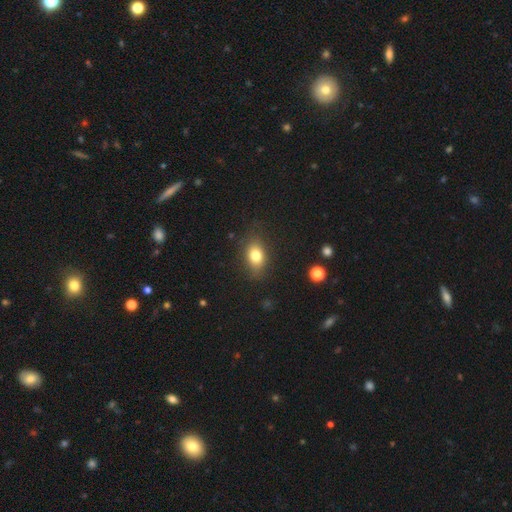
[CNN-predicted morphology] A smooth galaxy with no disk features (78%) that is in between round and cigar-shaped (78%).

Vote fractions:
- Smooth or featured? smooth: 78% / featured or disk: 12% / star or artifact: 10%
- How rounded? in between: 78% / round: 19% / cigar-shaped: 3%
- Merging? none: 79% / minor disturbance: 15% / major disturbance: 5% / merger: 1%